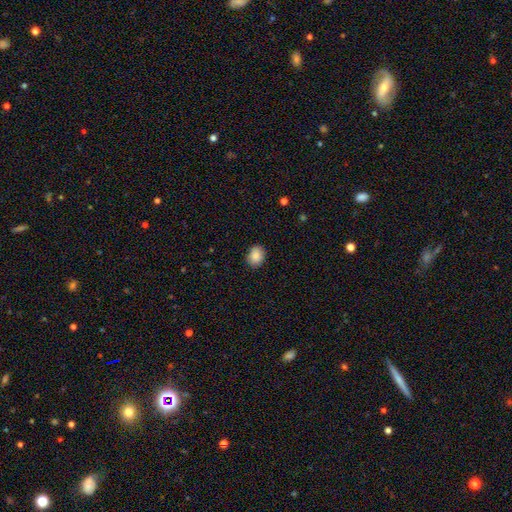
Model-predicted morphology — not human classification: A smooth galaxy with no disk features (87%) that is in between round and cigar-shaped (57%). Merging: none (88%).